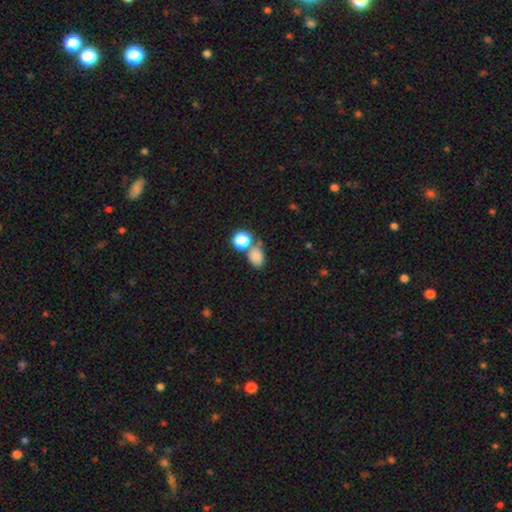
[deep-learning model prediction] A smooth galaxy with no disk features (82%) that is in between round and cigar-shaped (72%).

Vote fractions:
- Smooth or featured? smooth: 82% / star or artifact: 12% / featured or disk: 6%
- How rounded? in between: 72% / round: 26% / cigar-shaped: 1%
- Merging? none: 55% / merger: 27% / minor disturbance: 13% / major disturbance: 5%